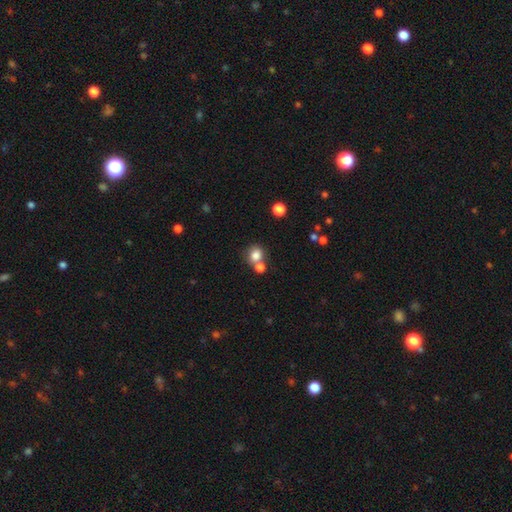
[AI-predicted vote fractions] Smooth or featured: smooth — 81% (star or artifact — 11%)
How rounded: round — 72% (in between — 27%)
Merging: none — 53% (merger — 34%)